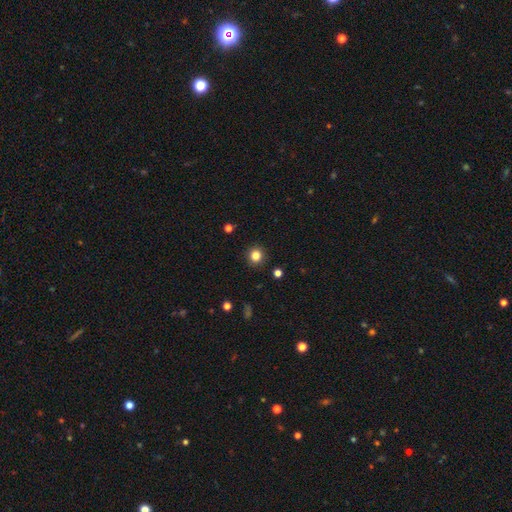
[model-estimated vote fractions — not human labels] This is clearly a smooth galaxy (82%). How rounded: clearly round (90%). Merging: clearly none (92%).